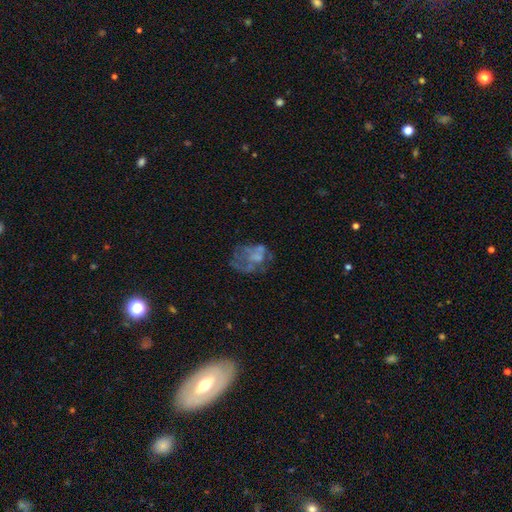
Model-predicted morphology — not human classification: type=featured or disk (53%); edge-on=no (98%); bar=no (90%); spiral arms=no (88%); bulge=none (67%); merging=major disturbance (35%, tied with none).